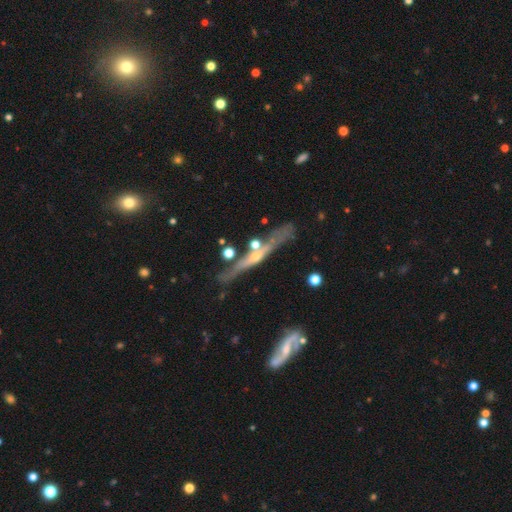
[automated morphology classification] The model was most divided on "smooth or featured": featured or disk: 72%, smooth: 21%, star or artifact: 7%. More confident: edge-on disk — yes (93%); edge-on bulge — rounded (73%); merging — none (71%).